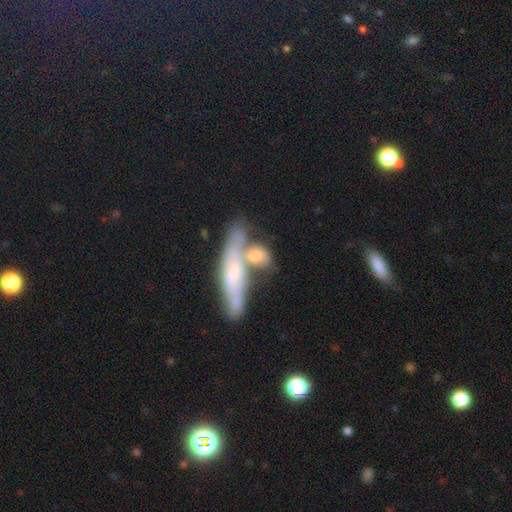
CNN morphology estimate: This is possibly a smooth galaxy (58%). How rounded: possibly in between (57%). Merging: possibly merger (50%).